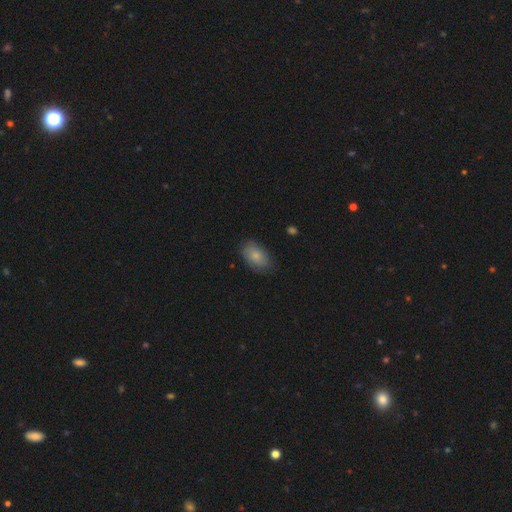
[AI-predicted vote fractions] Q: Smooth or featured?
A: smooth (80%); runner-up: featured or disk (13%)
Q: How rounded?
A: in between (91%); runner-up: round (8%)
Q: Merging?
A: none (79%); runner-up: minor disturbance (16%)